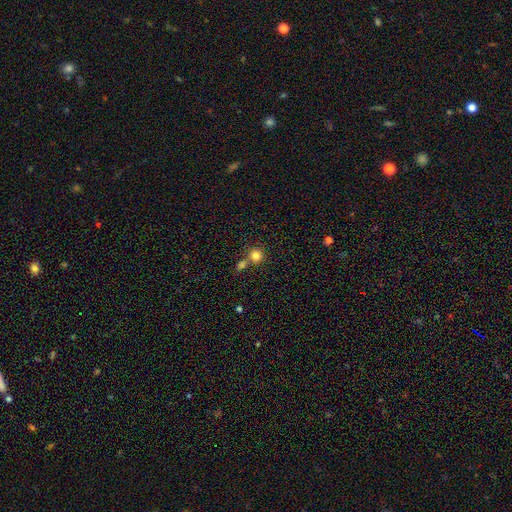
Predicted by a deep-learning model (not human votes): This is clearly a smooth galaxy (82%). How rounded: clearly round (87%). Merging: possibly none (57%).